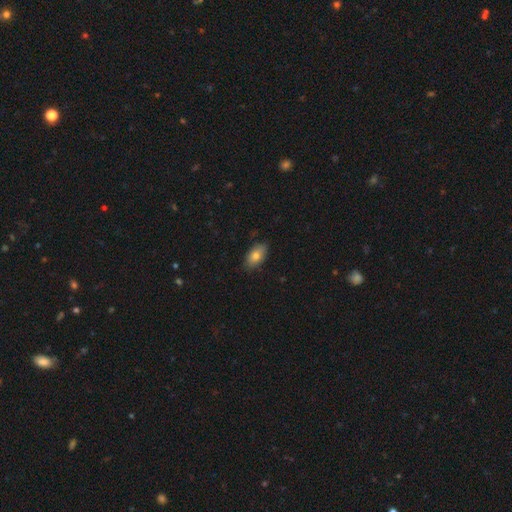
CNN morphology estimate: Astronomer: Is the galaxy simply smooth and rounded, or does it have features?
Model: smooth — 78%.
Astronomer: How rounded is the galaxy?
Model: in between — 91%.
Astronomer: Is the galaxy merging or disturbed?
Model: none — 83%.